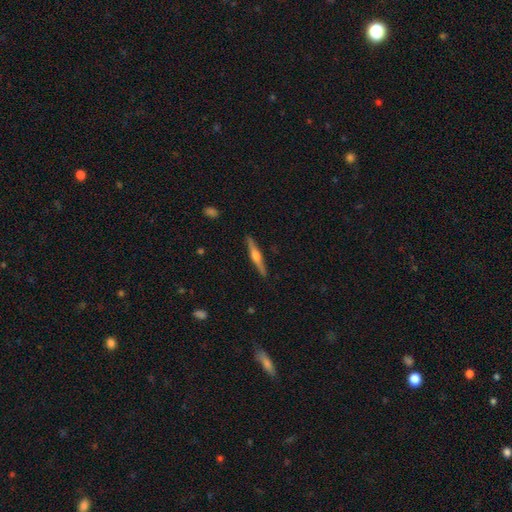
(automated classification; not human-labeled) Smooth or featured?
  - featured or disk: 71% *
  - smooth: 24%
  - star or artifact: 5%
Edge-on disk?
  - yes: 98% *
  - no: 2%
Edge-on bulge?
  - rounded: 89% *
  - boxy: 7%
  - none: 4%
Merging?
  - none: 91% *
  - minor disturbance: 6%
  - major disturbance: 1%
  - merger: 1%